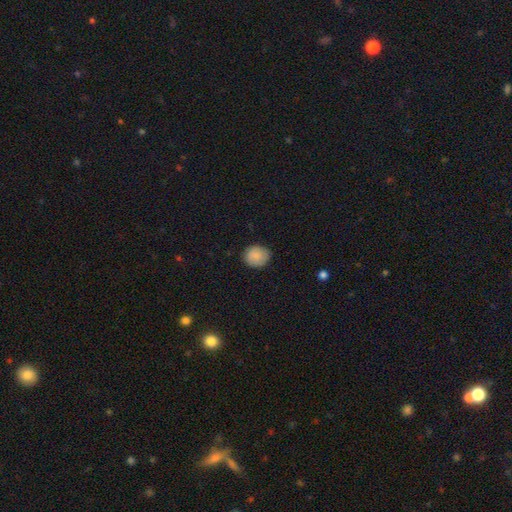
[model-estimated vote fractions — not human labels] The model was most divided on "how rounded": round: 68%, in between: 32%, cigar-shaped: 1%. More confident: smooth or featured — smooth (88%); merging — none (83%).